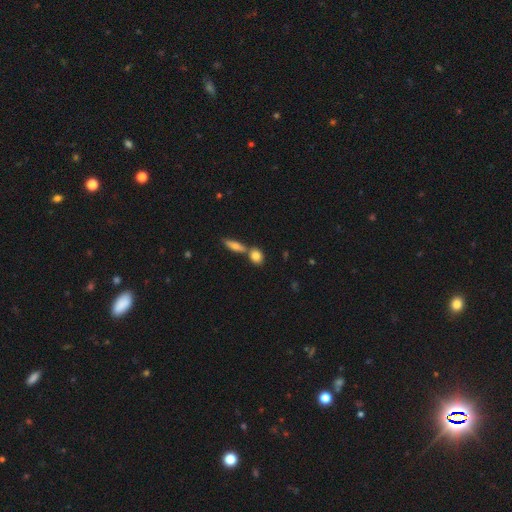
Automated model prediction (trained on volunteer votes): Smooth or featured? Predicted: smooth (p=0.81). How rounded? Predicted: in between (p=0.51). Merging? Predicted: none (p=0.53).